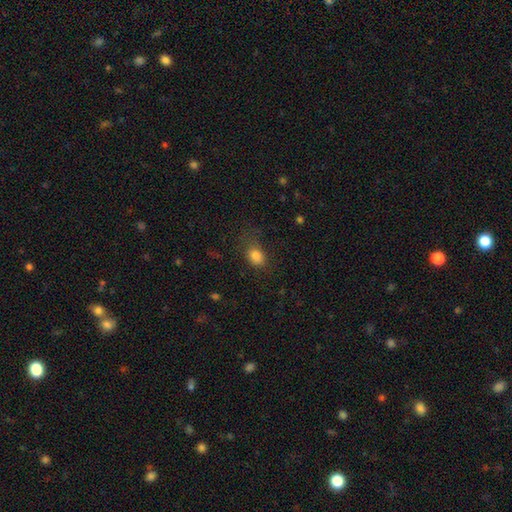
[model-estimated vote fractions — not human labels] Smooth or featured? Predicted: smooth (p=0.83). How rounded? Predicted: in between (p=0.68). Merging? Predicted: none (p=0.58).